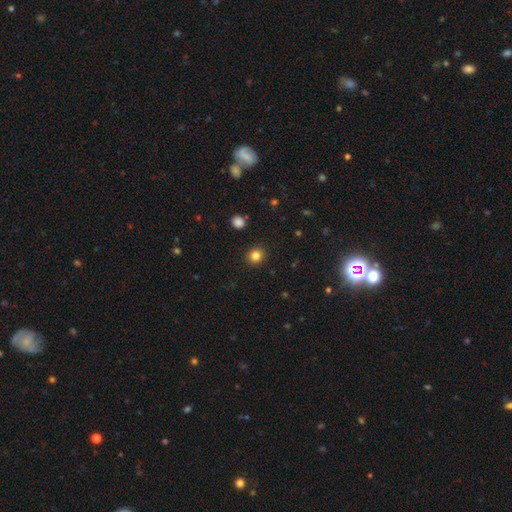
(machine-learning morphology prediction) The model was most divided on "smooth or featured": smooth: 83%, star or artifact: 12%, featured or disk: 5%. More confident: merging — none (91%); how rounded — round (86%).